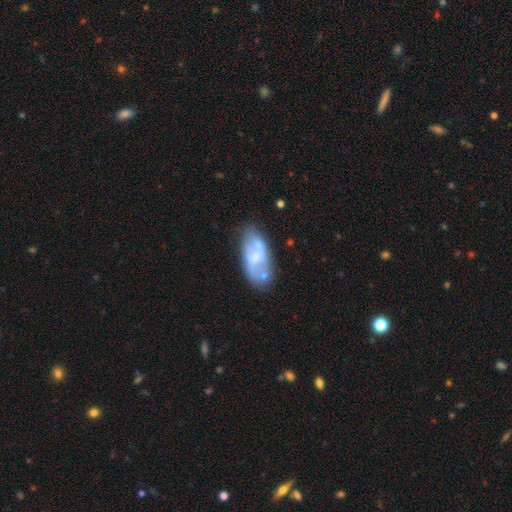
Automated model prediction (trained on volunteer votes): Smooth or featured? featured or disk (51%)
Edge-on disk? no (93%)
Merging? none (52%)